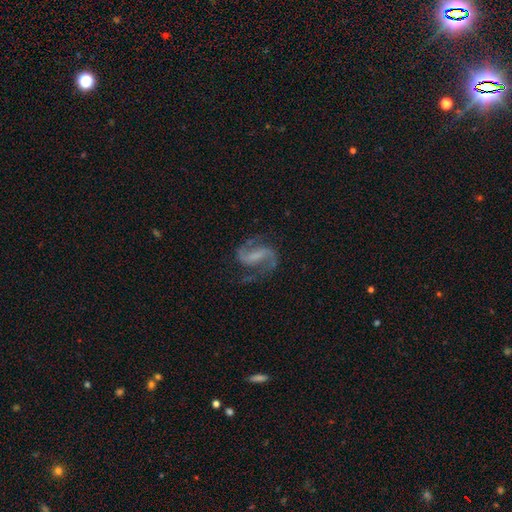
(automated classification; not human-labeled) smooth-or-featured: featured or disk: 89% | star or artifact: 6% | smooth: 5%
  disk-edge-on: no: 98% | yes: 2%
    bar: weak: 41% | strong: 39% | no: 20%
    has-spiral-arms: yes: 97% | no: 3%
      spiral-winding: medium: 55% | loose: 32% | tight: 12%
      spiral-arm-count: 2: 93% | can't tell: 2% | 1: 2% | 3: 1% | 4: 1% | more than 4: 1%
    bulge-size: none: 47% | small: 33% | moderate: 15% | large: 4% | dominant: 1%
  merging: none: 73% | minor disturbance: 15% | major disturbance: 10% | merger: 2%